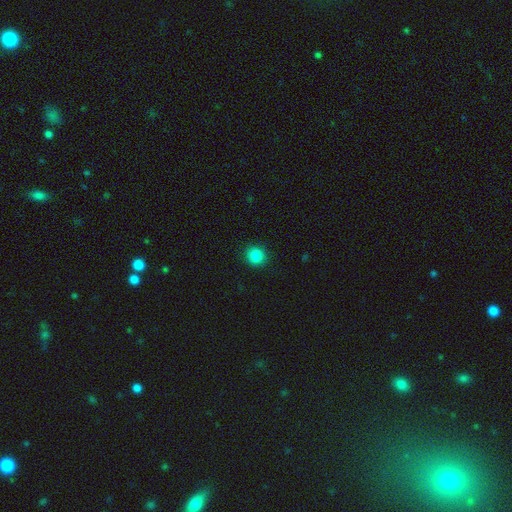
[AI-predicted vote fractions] Smooth or featured? Predicted: smooth (p=0.86). How rounded? Predicted: round (p=0.92). Merging? Predicted: none (p=0.91).